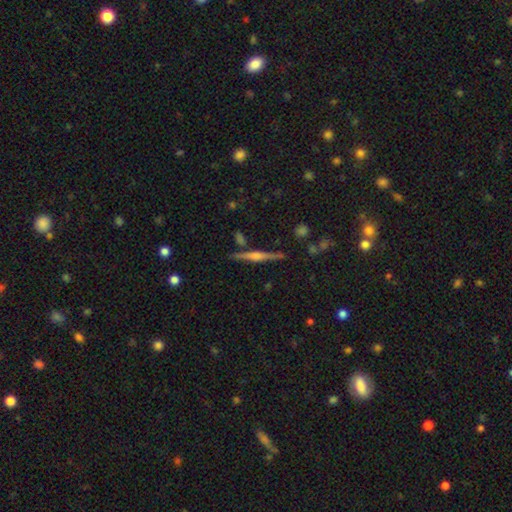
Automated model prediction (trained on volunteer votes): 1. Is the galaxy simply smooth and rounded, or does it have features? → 78% featured or disk, 13% smooth, 9% star or artifact.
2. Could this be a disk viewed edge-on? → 98% yes, 2% no.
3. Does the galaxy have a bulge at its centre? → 83% rounded, 10% boxy, 7% none.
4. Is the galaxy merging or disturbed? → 89% none, 7% minor disturbance, 3% merger, 2% major disturbance.